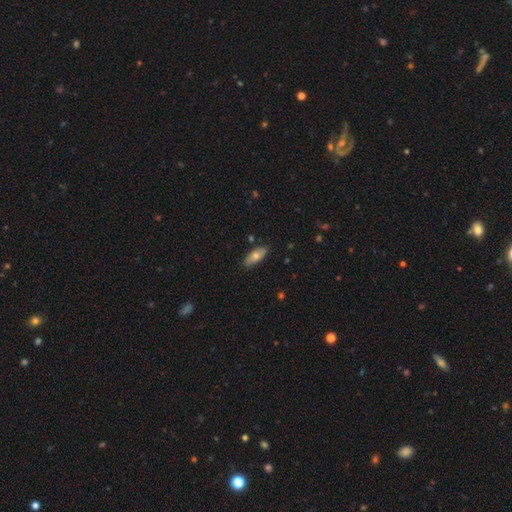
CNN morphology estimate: Q: Smooth or featured?
A: smooth (66%); runner-up: featured or disk (27%)
Q: How rounded?
A: in between (83%); runner-up: cigar-shaped (15%)
Q: Merging?
A: none (84%); runner-up: minor disturbance (13%)